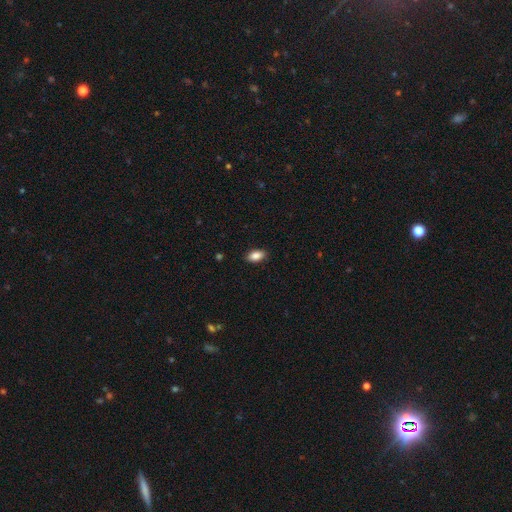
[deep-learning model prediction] Morphology: type=smooth (87%); roundness=in between (91%); merging=none (88%).